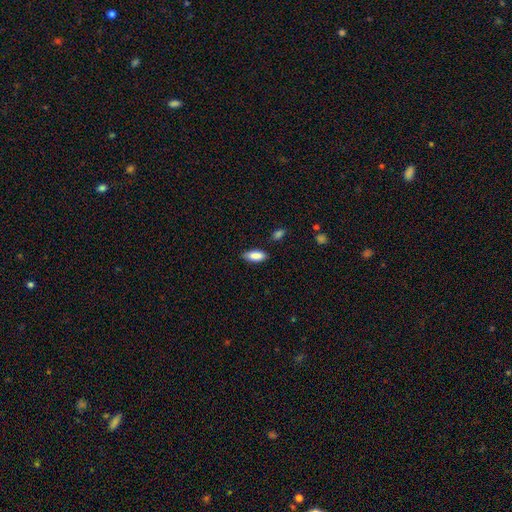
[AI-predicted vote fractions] The model was most divided on "merging": none: 83%, minor disturbance: 12%, major disturbance: 2%, merger: 2%. More confident: smooth or featured — smooth (89%); how rounded — in between (85%).